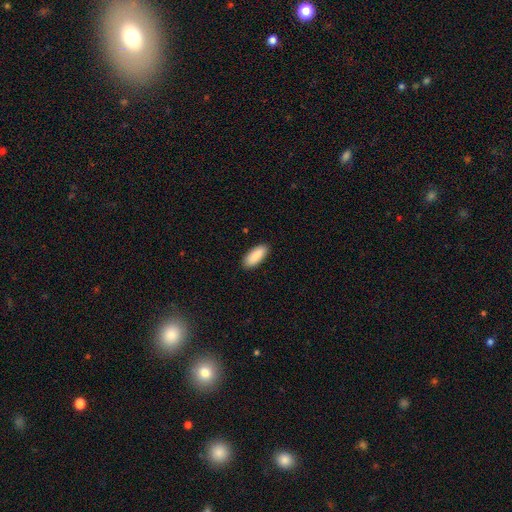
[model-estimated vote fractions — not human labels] Smooth or featured: smooth — 90% (star or artifact — 6%)
How rounded: in between — 84% (cigar-shaped — 15%)
Merging: none — 89% (minor disturbance — 8%)